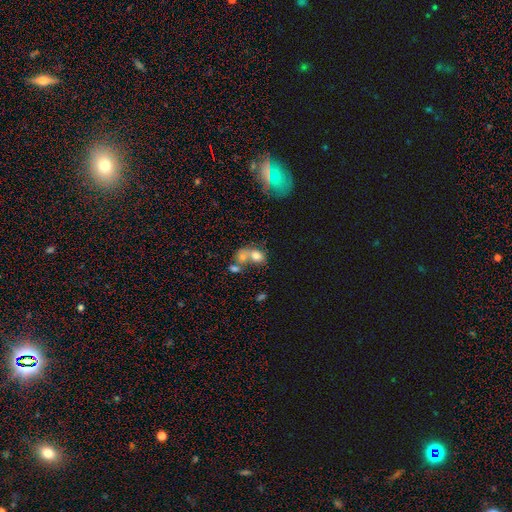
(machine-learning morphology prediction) Smooth or featured?
  - smooth: 70% *
  - featured or disk: 18%
  - star or artifact: 12%
How rounded?
  - in between: 56% *
  - round: 43%
  - cigar-shaped: 1%
Merging?
  - merger: 63% *
  - none: 22%
  - minor disturbance: 8%
  - major disturbance: 7%